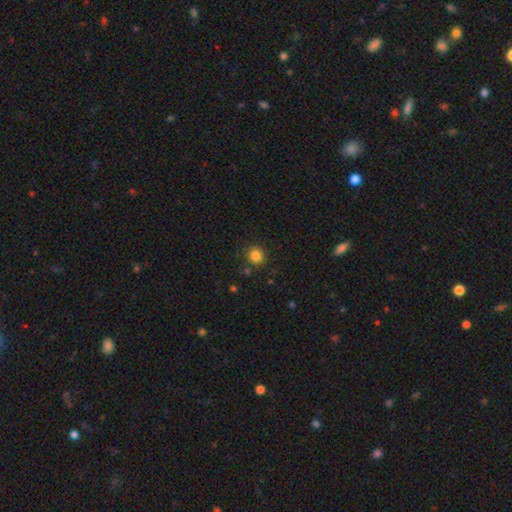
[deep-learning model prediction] Smooth or featured: smooth — 84% (star or artifact — 12%)
How rounded: round — 87% (in between — 12%)
Merging: none — 86% (minor disturbance — 9%)